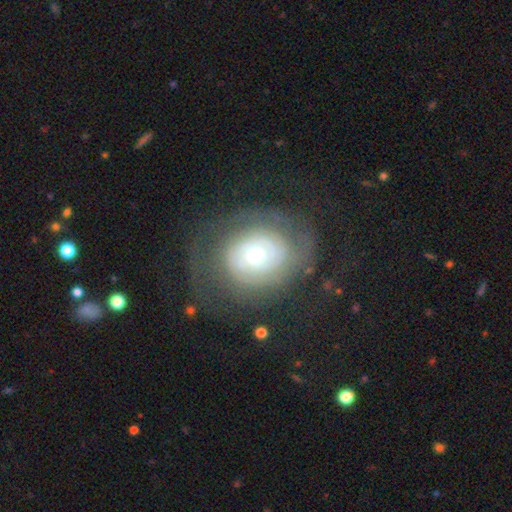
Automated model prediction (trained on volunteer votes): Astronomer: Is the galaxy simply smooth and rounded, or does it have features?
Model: featured or disk — 63%.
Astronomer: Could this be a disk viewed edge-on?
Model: no — 96%.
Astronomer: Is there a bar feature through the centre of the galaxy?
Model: no — 83%.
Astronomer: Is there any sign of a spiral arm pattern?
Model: yes — 61% (runner-up: no, 39%).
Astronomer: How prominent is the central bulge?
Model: moderate — 59%.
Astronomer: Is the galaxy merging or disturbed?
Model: none — 67%.